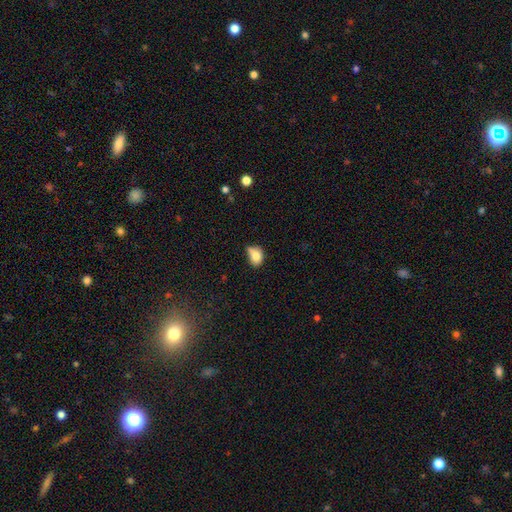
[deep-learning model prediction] smooth-or-featured: smooth: 77% | featured or disk: 13% | star or artifact: 10%
  how-rounded: in between: 65% | round: 34% | cigar-shaped: 2%
  merging: minor disturbance: 36% (tied) | none: 36% (tied) | merger: 15% | major disturbance: 13%